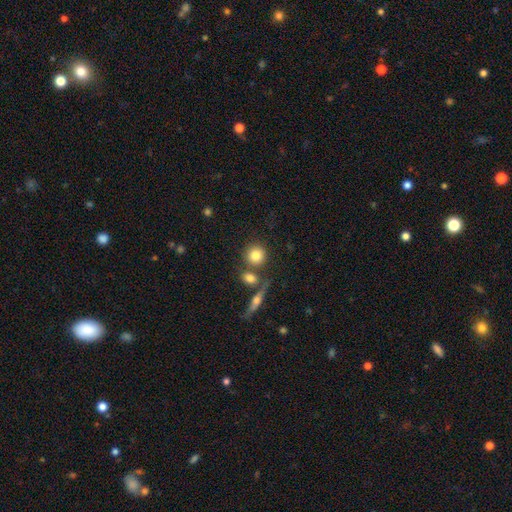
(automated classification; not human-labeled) A smooth galaxy with no disk features (80%) that is round (89%). Merging: none (70%).